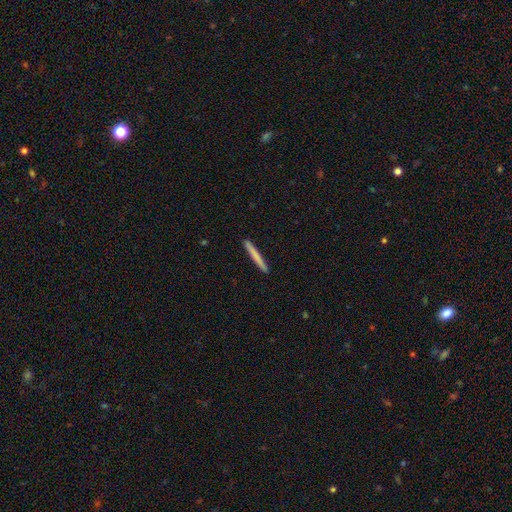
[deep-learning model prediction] smooth 72%, featured or disk 23%, star or artifact 5%. Down the decision tree: how rounded — cigar-shaped (97%); merging — none (93%).